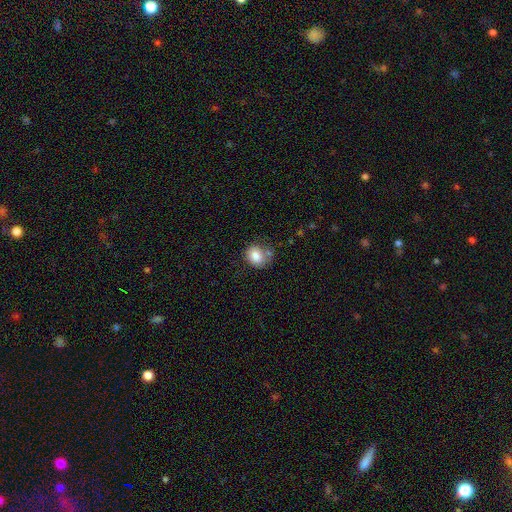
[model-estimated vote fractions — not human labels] This appears to be a smooth galaxy with no disk features (82%) that is round (67%). Merging: none (60%).